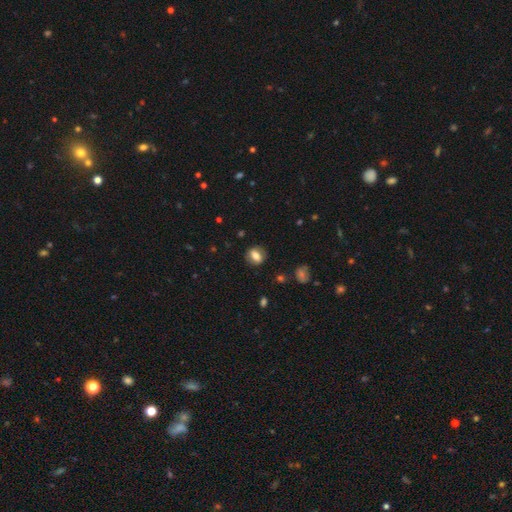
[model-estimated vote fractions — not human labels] Morphology: type=smooth (71%); roundness=round (50%); merging=none (84%).